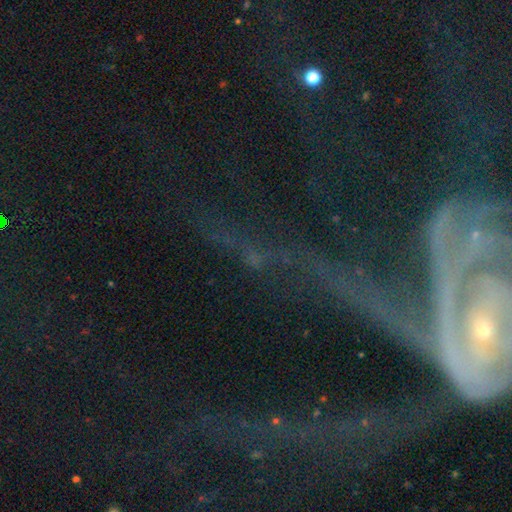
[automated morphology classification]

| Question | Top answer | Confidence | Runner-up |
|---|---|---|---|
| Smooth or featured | star or artifact | 57% | featured or disk (28%) |